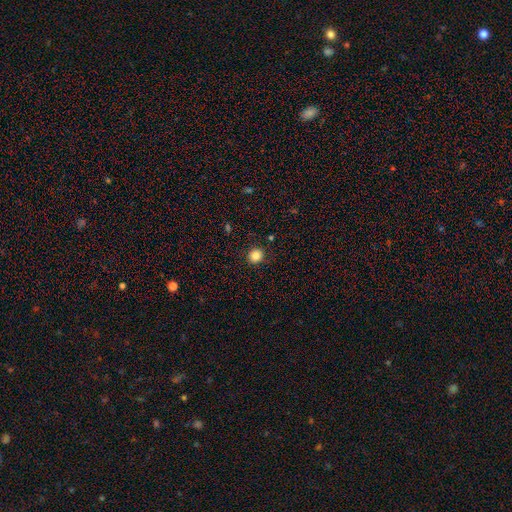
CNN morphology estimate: The model was most divided on "smooth or featured": smooth: 83%, star or artifact: 12%, featured or disk: 5%. More confident: merging — none (90%); how rounded — round (88%).